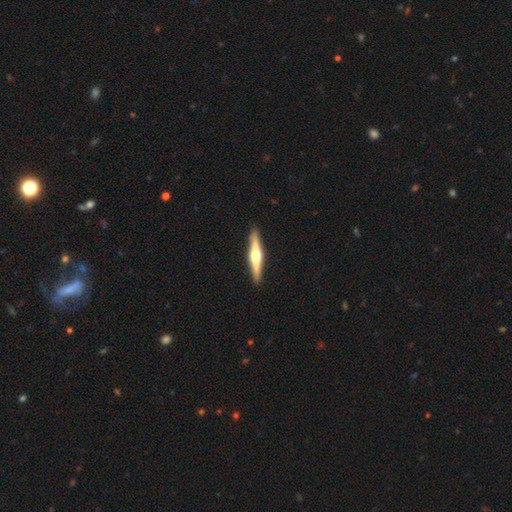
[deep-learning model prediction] Smooth or featured?
  - featured or disk: 67% *
  - smooth: 28%
  - star or artifact: 5%
Edge-on disk?
  - yes: 98% *
  - no: 2%
Edge-on bulge?
  - rounded: 94% *
  - boxy: 3%
  - none: 3%
Merging?
  - none: 92% *
  - minor disturbance: 6%
  - major disturbance: 1%
  - merger: 1%